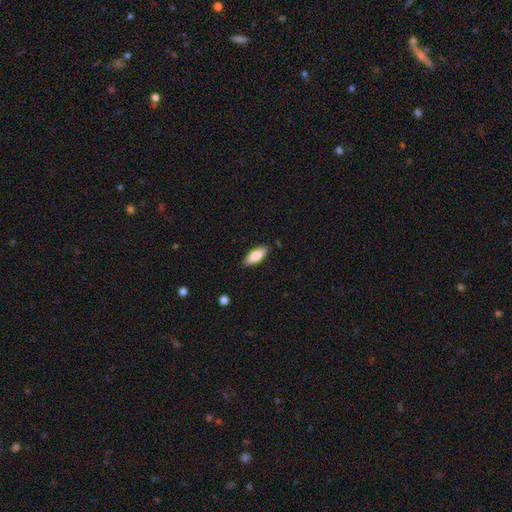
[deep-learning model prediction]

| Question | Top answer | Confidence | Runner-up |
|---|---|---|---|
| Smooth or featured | smooth | 83% | featured or disk (11%) |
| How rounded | in between | 74% | cigar-shaped (24%) |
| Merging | none | 85% | minor disturbance (12%) |